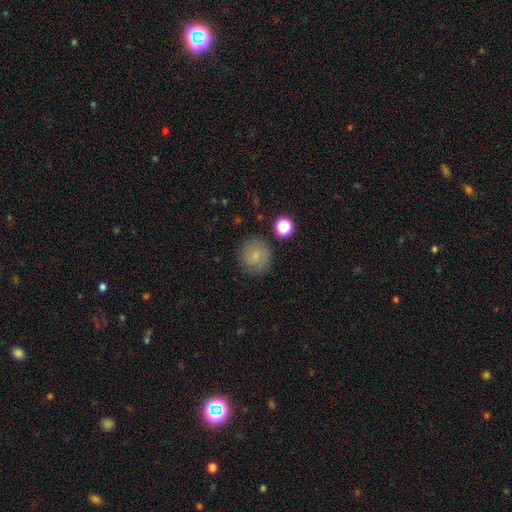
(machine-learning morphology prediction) Smooth or featured? smooth (69%)
How rounded? round (88%)
Merging? none (82%)